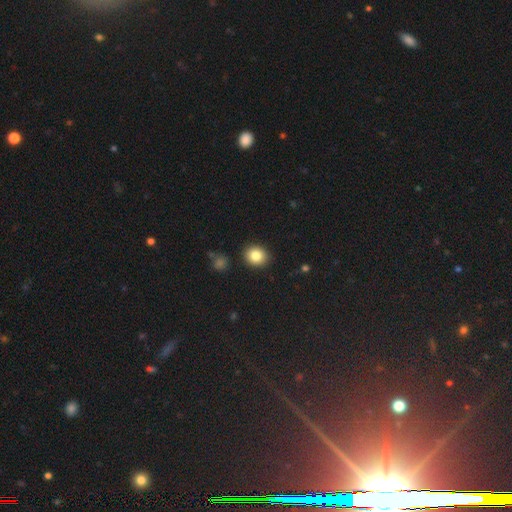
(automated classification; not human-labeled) Smooth or featured: smooth — 84% (star or artifact — 10%)
How rounded: round — 73% (in between — 26%)
Merging: none — 90% (minor disturbance — 6%)